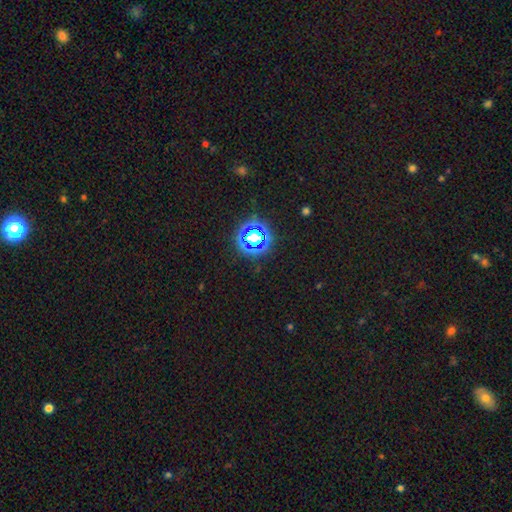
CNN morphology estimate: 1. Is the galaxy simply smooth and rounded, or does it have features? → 72% star or artifact, 23% smooth, 5% featured or disk.